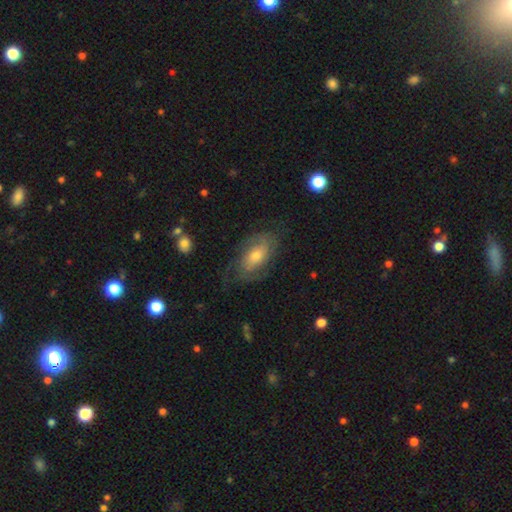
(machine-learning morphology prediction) Overall: featured or disk (64%; smooth 29%). Edge-on disk: no (93%). Bar: no (62%; weak 30%). Spiral arms: yes (85%). Spiral arm count: 2 (45%; can't tell 35%). Spiral winding: tight (46%; medium 38%). Bulge size: moderate (51%; small 40%). Merging: none (67%).